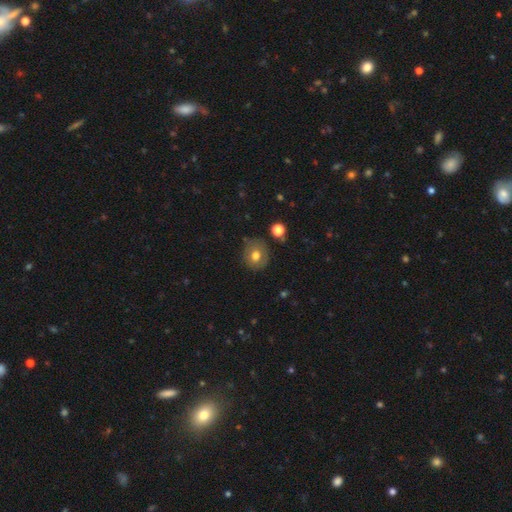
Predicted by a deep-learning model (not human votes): This is likely a smooth galaxy (71%). How rounded: likely round (80%). Merging: likely none (80%).